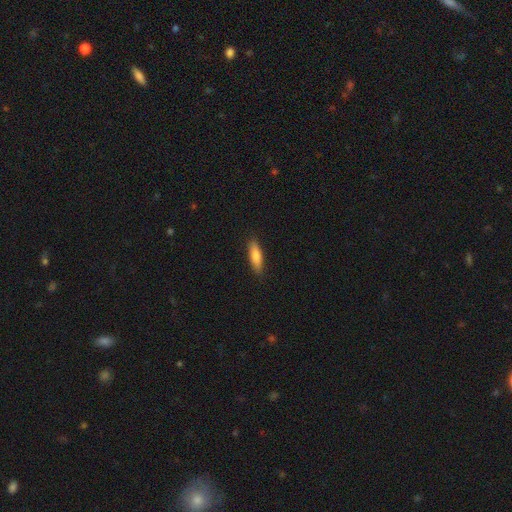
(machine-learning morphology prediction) Q: Smooth or featured?
A: smooth (78%); runner-up: featured or disk (16%)
Q: How rounded?
A: cigar-shaped (57%); runner-up: in between (41%)
Q: Merging?
A: none (88%); runner-up: minor disturbance (9%)